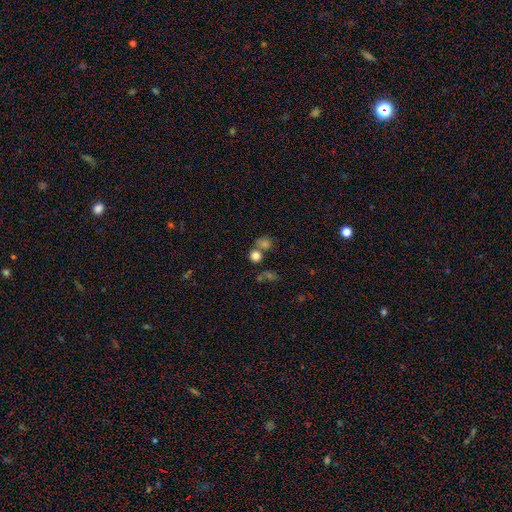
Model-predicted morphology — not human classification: Overall: smooth (75%). How rounded: round (84%). Merging: none (51%; merger 34%).